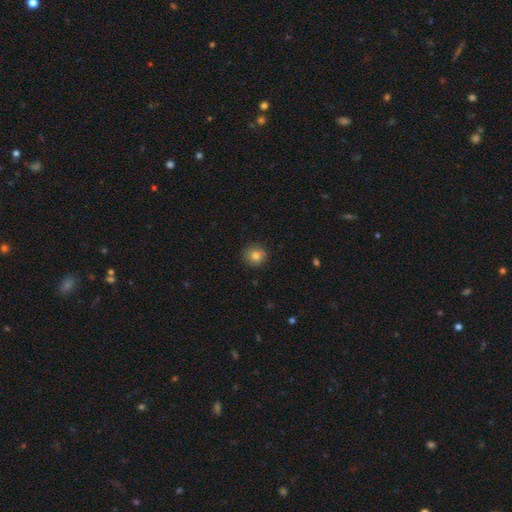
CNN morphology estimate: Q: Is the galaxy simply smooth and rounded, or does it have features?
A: smooth — 80%.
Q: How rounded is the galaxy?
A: round — 91%.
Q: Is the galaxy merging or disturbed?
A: none — 87%.